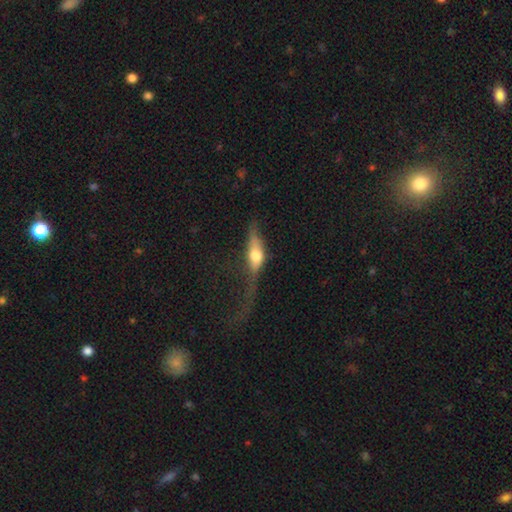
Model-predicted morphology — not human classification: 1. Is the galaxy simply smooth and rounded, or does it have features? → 51% smooth, 41% featured or disk, 8% star or artifact.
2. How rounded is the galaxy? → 53% in between, 38% cigar-shaped, 8% round.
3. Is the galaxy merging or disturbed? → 48% major disturbance, 25% none, 22% minor disturbance, 4% merger.